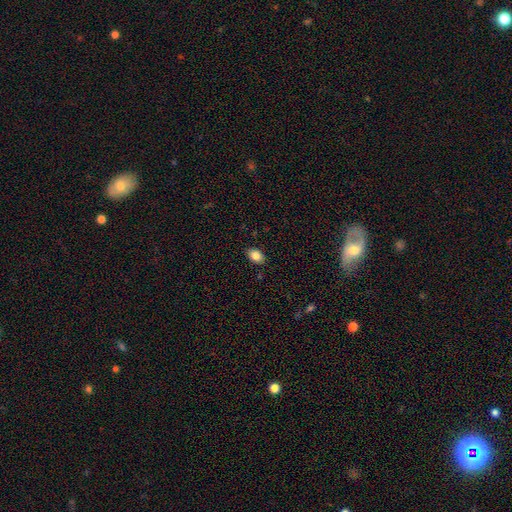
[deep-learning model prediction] smooth-or-featured: smooth: 85% | star or artifact: 9% | featured or disk: 6%
  how-rounded: in between: 82% | round: 16% | cigar-shaped: 1%
  merging: none: 87% | minor disturbance: 10% | major disturbance: 2% | merger: 1%